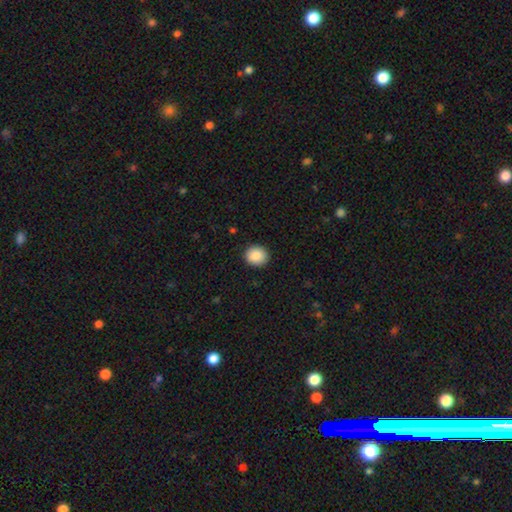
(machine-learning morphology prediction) This is clearly a smooth galaxy (88%). How rounded: clearly round (81%). Merging: clearly none (91%).